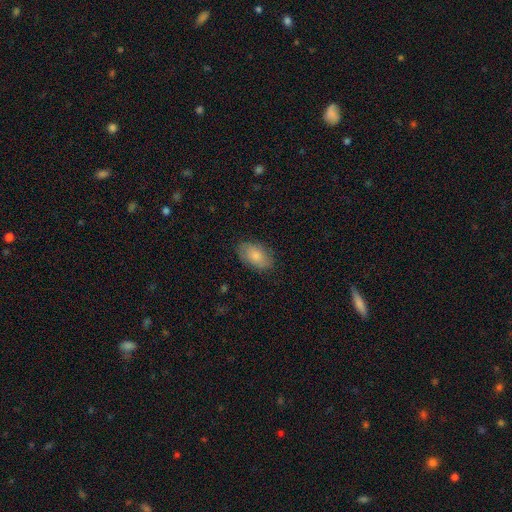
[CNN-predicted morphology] This is likely a smooth galaxy (75%). How rounded: clearly in between (92%). Merging: clearly none (81%).